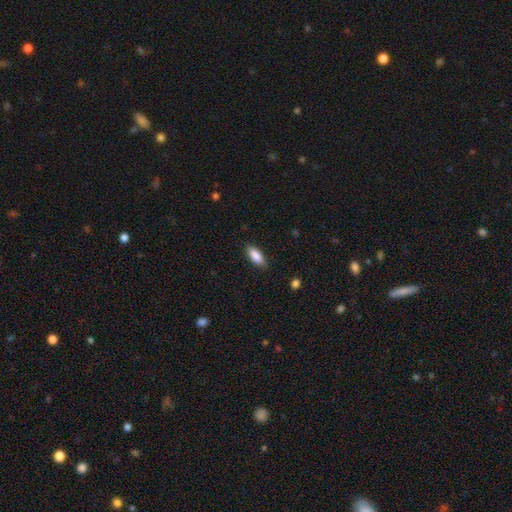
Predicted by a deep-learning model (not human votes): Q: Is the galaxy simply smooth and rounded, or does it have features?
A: smooth — 88%.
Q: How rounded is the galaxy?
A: in between — 81%.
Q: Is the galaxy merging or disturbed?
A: none — 85%.